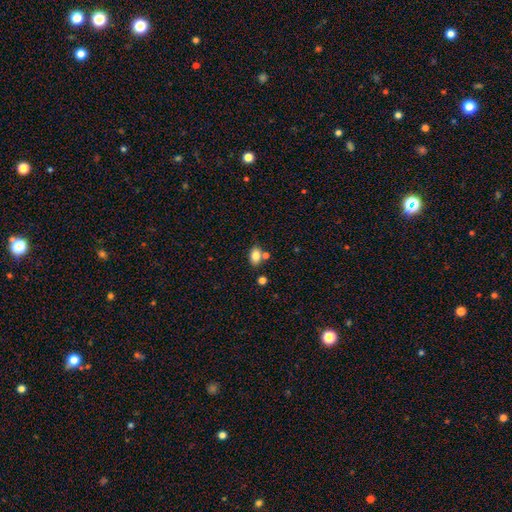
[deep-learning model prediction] Smooth or featured: smooth — 81% (star or artifact — 10%)
How rounded: in between — 81% (round — 17%)
Merging: none — 67% (merger — 16%)